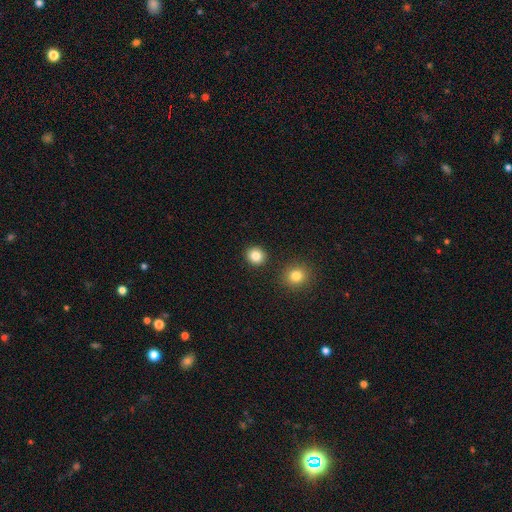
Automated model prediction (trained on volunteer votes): Overall: smooth (84%). How rounded: round (87%). Merging: none (89%).